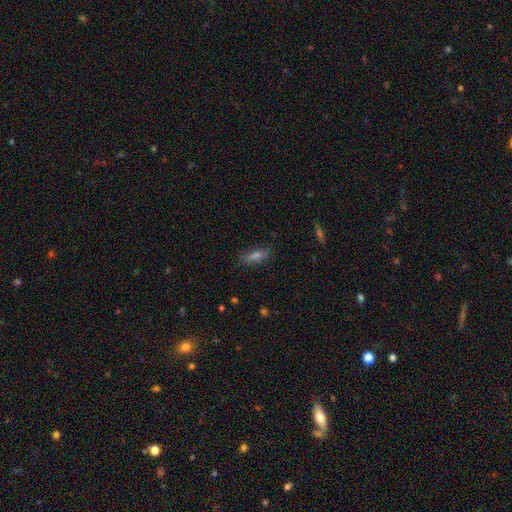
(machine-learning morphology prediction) smooth_or_featured: smooth (p=0.61) [alt: featured or disk p=0.21]
how_rounded: in between (p=0.50) [alt: cigar-shaped p=0.45]
merging: none (p=0.81) [alt: minor disturbance p=0.14]